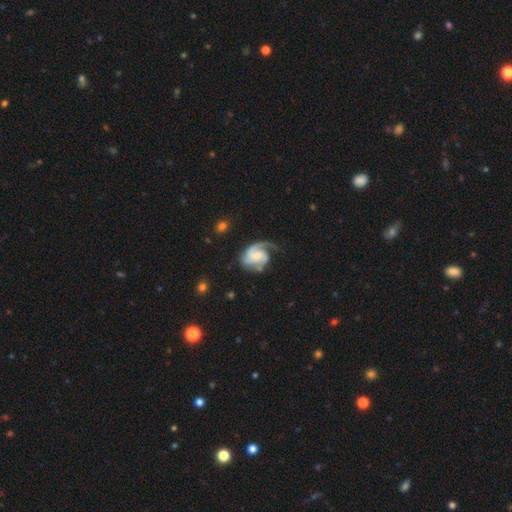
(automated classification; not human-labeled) smooth-or-featured: featured or disk: 86% | smooth: 9% | star or artifact: 5%
  disk-edge-on: no: 98% | yes: 2%
    bar: no: 52% | weak: 37% | strong: 10%
    has-spiral-arms: yes: 97% | no: 3%
      spiral-winding: medium: 47% | tight: 34% | loose: 18%
      spiral-arm-count: 2: 49% | 1: 24% | 3: 15% | can't tell: 7% | 4: 2% | more than 4: 2%
    bulge-size: small: 40% | moderate: 29% | none: 22% | large: 7% | dominant: 2%
  merging: none: 52% | major disturbance: 23% | minor disturbance: 22% | merger: 3%